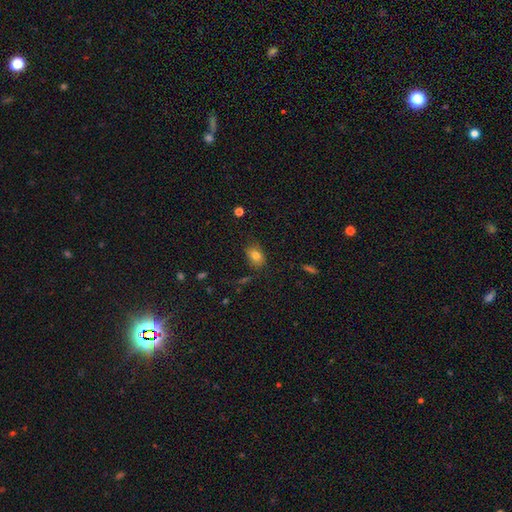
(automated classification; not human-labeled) Smooth or featured: smooth — 78% (star or artifact — 11%)
How rounded: in between — 72% (round — 27%)
Merging: none — 79% (minor disturbance — 16%)